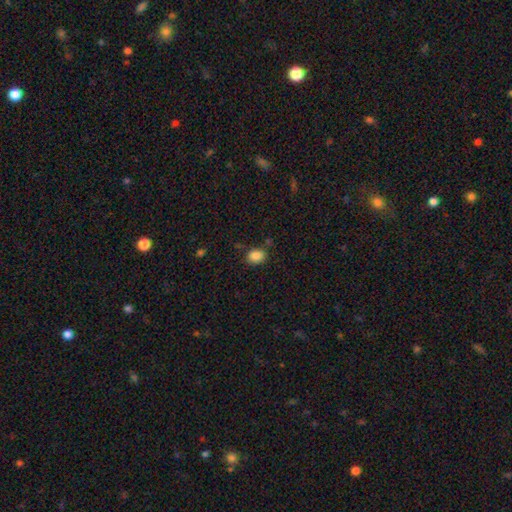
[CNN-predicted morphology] A smooth galaxy with no disk features (87%) that is in between round and cigar-shaped (62%).

Vote fractions:
- Smooth or featured? smooth: 87% / star or artifact: 9% / featured or disk: 4%
- How rounded? in between: 62% / round: 37% / cigar-shaped: 1%
- Merging? none: 79% / minor disturbance: 13% / merger: 5% / major disturbance: 3%